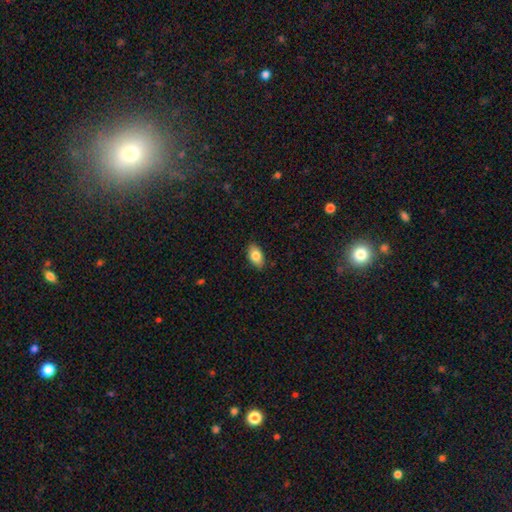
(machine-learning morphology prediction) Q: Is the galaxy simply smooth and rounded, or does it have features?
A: smooth — 82%.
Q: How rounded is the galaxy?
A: in between — 90%.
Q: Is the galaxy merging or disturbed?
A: none — 87%.